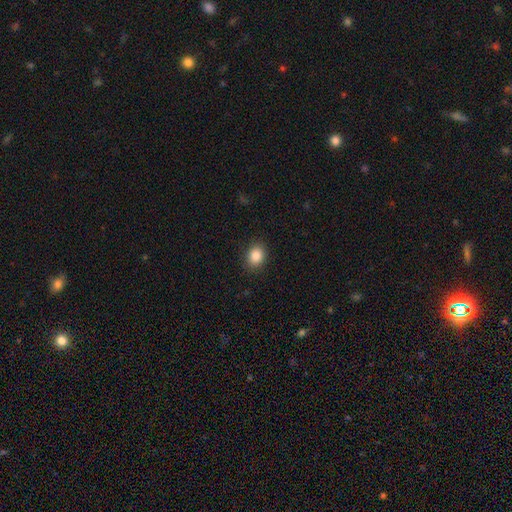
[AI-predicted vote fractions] The model was most divided on "how rounded": round: 55%, in between: 44%, cigar-shaped: 1%. More confident: merging — none (89%); smooth or featured — smooth (86%).